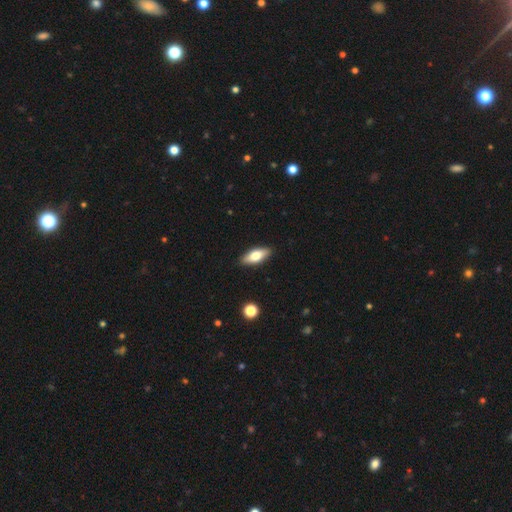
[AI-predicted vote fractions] smooth_or_featured: smooth (p=0.69) [alt: featured or disk p=0.25]
how_rounded: in between (p=0.75) [alt: cigar-shaped p=0.22]
merging: none (p=0.89) [alt: minor disturbance p=0.08]